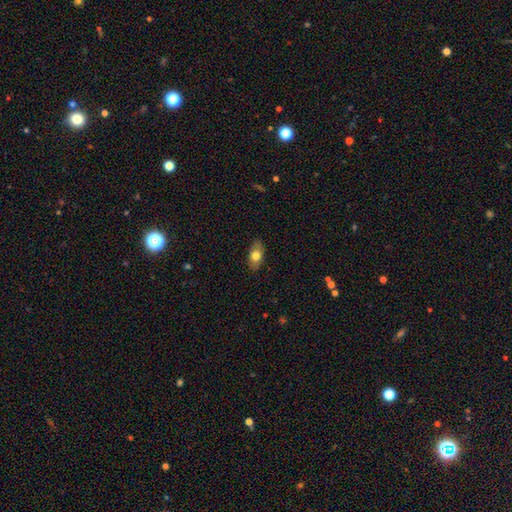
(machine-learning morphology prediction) This is likely a smooth galaxy (73%). How rounded: clearly in between (89%). Merging: clearly none (84%).